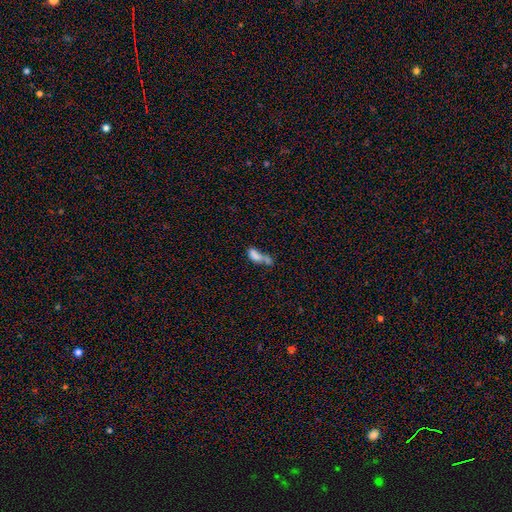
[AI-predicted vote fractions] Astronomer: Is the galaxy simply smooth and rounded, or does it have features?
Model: smooth — 72%.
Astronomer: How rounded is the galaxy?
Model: in between — 77%.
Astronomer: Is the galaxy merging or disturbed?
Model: merger — 59%.